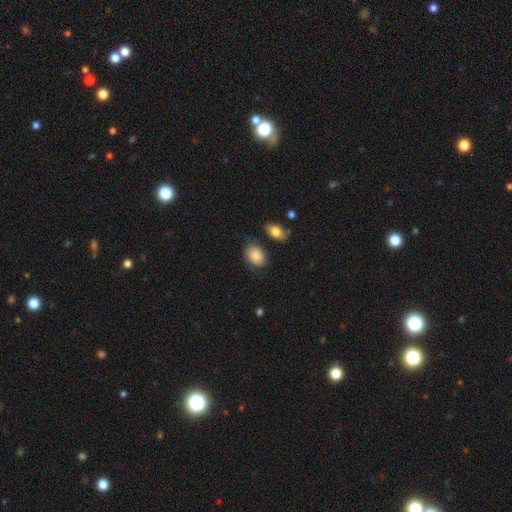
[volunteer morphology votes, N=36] Smooth or featured? smooth (81%)
How rounded? in between (86%)
Merging? none (69%)